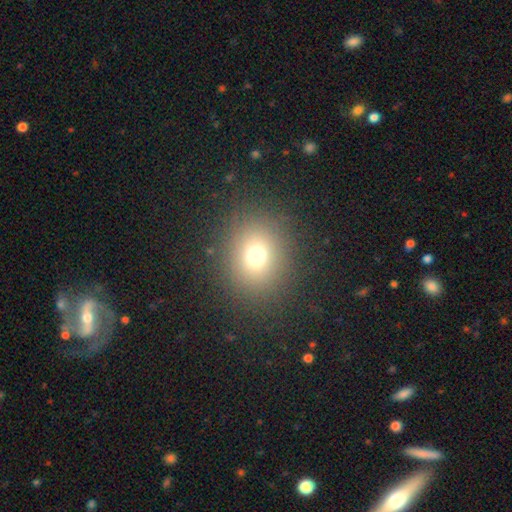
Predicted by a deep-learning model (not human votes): Overall: smooth (71%). How rounded: round (72%). Merging: none (86%).